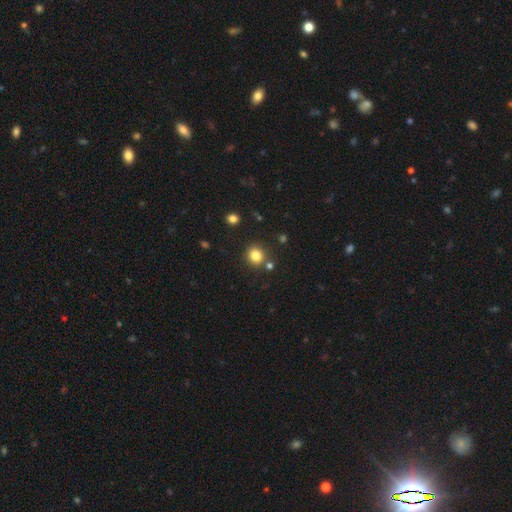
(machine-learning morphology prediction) Overall: smooth (82%). How rounded: round (89%). Merging: none (83%).